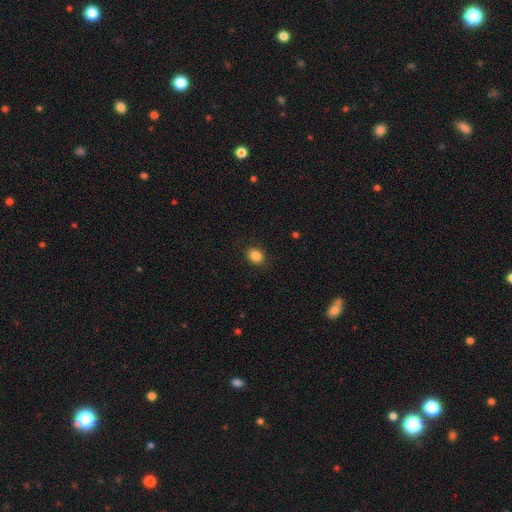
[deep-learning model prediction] Morphology: type=smooth (86%); roundness=in between (52%); merging=none (88%).